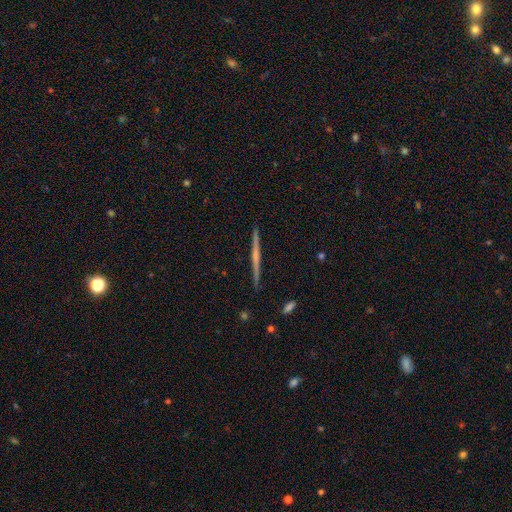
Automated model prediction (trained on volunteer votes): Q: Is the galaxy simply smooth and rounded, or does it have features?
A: featured or disk — 68%.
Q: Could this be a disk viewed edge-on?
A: yes — 98%.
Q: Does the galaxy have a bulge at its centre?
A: none — 59%.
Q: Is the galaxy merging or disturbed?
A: none — 92%.